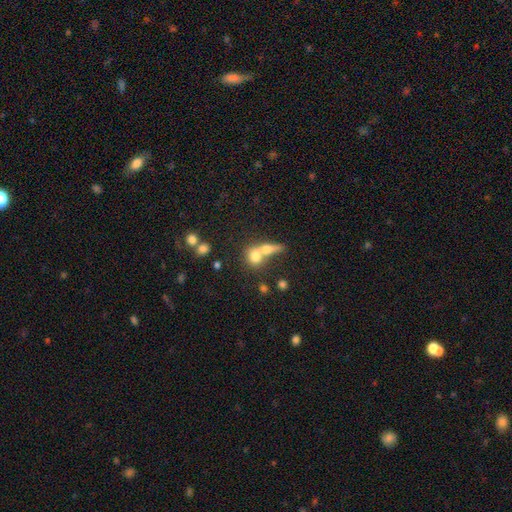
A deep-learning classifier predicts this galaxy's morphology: smooth_or_featured: smooth (p=0.70) [alt: featured or disk p=0.20]
how_rounded: round (p=0.63) [alt: in between p=0.30]
merging: merger (p=0.60) [alt: none p=0.28]